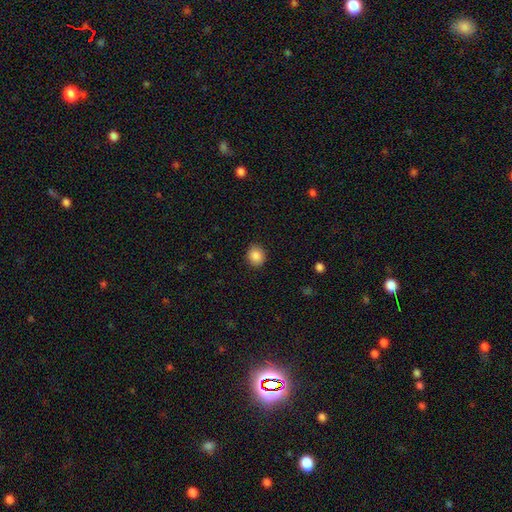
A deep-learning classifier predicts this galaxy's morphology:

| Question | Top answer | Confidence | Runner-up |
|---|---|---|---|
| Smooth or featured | smooth | 87% | star or artifact (9%) |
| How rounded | round | 70% | in between (29%) |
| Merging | none | 90% | minor disturbance (7%) |